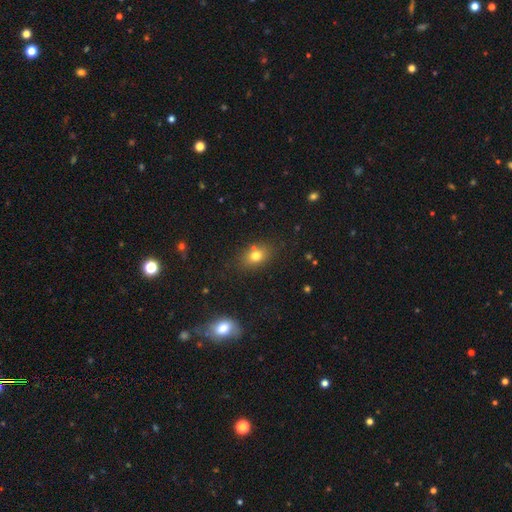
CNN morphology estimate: This is likely a smooth galaxy (76%). How rounded: likely in between (69%). Merging: likely none (77%).